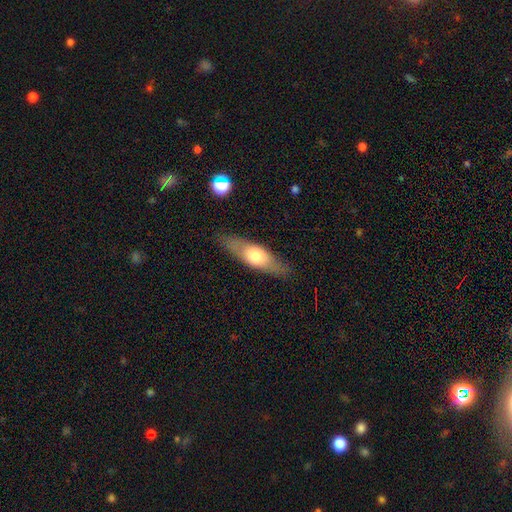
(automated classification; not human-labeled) This appears to be a smooth galaxy with no disk features (56%) that is in between round and cigar-shaped (49%). Merging: none (84%).